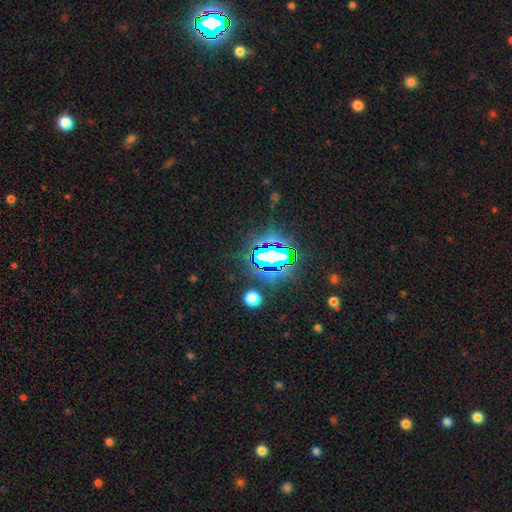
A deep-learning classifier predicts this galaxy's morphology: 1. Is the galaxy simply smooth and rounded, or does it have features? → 73% star or artifact, 15% smooth, 11% featured or disk.